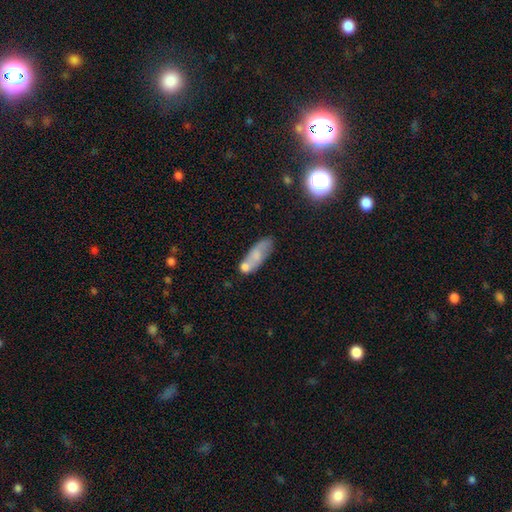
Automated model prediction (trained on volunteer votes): Smooth or featured: smooth — 66% (featured or disk — 26%)
How rounded: in between — 68% (cigar-shaped — 29%)
Merging: none — 51% (merger — 22%)